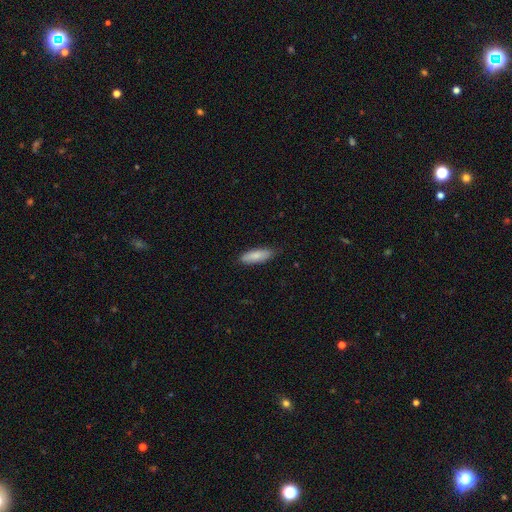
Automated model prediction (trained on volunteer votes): A smooth galaxy with no disk features (84%) that is in between round and cigar-shaped (55%). Merging: none (85%).